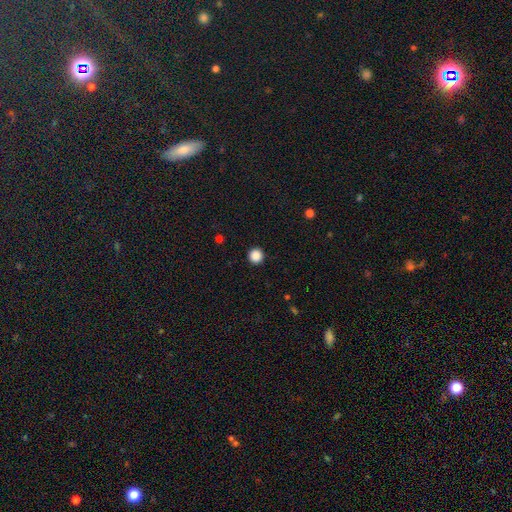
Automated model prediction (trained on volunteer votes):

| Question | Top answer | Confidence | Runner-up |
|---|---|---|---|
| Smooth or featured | smooth | 88% | star or artifact (10%) |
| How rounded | round | 96% | in between (3%) |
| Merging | none | 93% | minor disturbance (4%) |